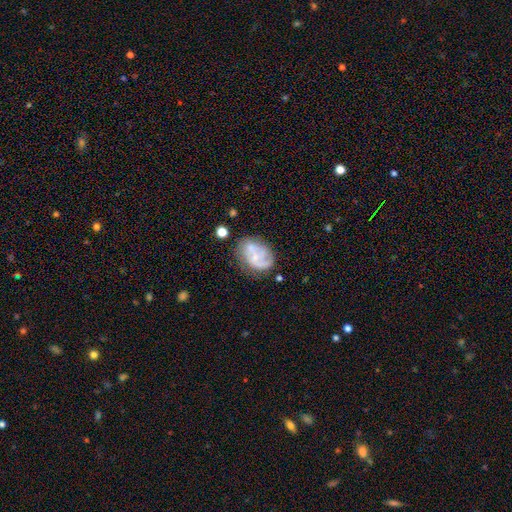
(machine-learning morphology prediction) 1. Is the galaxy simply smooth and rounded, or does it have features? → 59% featured or disk, 33% smooth, 8% star or artifact.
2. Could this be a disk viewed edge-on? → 98% no, 2% yes.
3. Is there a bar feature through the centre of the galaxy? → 71% no, 24% weak, 5% strong.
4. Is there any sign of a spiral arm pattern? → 67% yes, 33% no.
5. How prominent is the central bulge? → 55% small, 22% none, 19% moderate, 2% large, 1% dominant.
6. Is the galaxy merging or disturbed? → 49% none, 25% minor disturbance, 16% major disturbance, 10% merger.